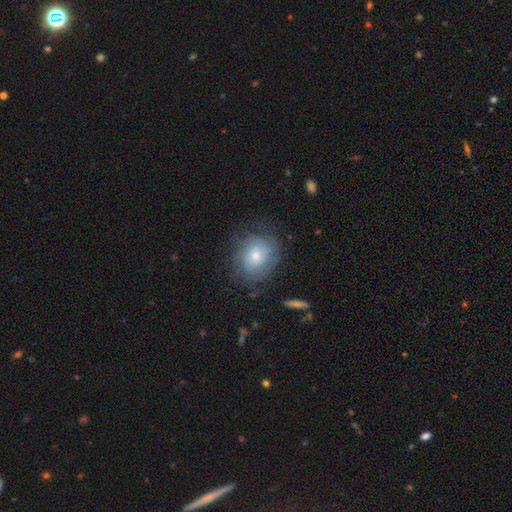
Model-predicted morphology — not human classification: smooth 48%, featured or disk 42%, star or artifact 10%. Down the decision tree: merging — none (71%).